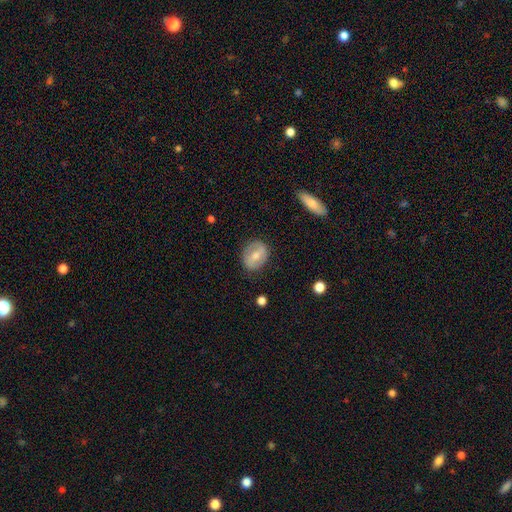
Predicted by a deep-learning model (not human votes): Morphology: type=smooth (51%); roundness=in between (50%); merging=none (81%).